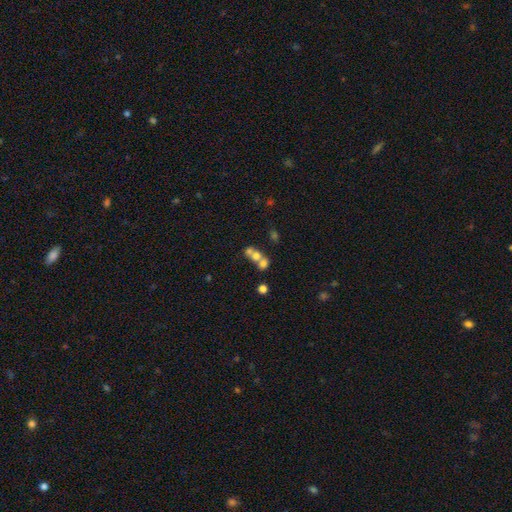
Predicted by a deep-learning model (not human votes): Q: Smooth or featured?
A: smooth (61%); runner-up: featured or disk (25%)
Q: How rounded?
A: round (66%); runner-up: in between (32%)
Q: Merging?
A: merger (65%); runner-up: none (24%)